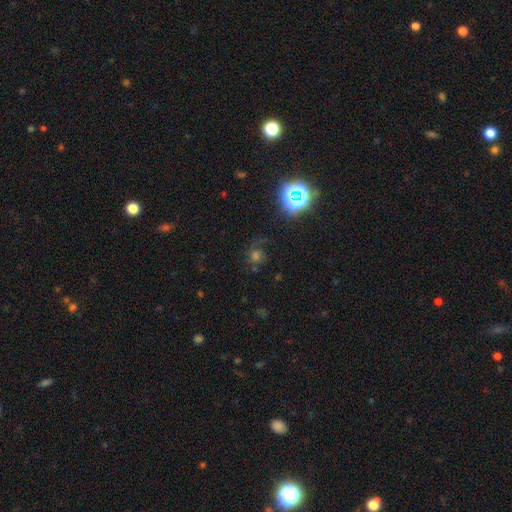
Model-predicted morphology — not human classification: Smooth or featured: star or artifact — 45% (smooth — 38%)